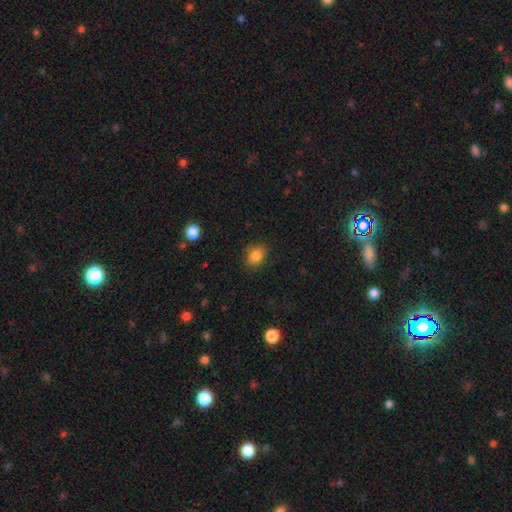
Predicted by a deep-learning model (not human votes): Overall: smooth (84%). How rounded: in between (54%; round 44%). Merging: none (84%).